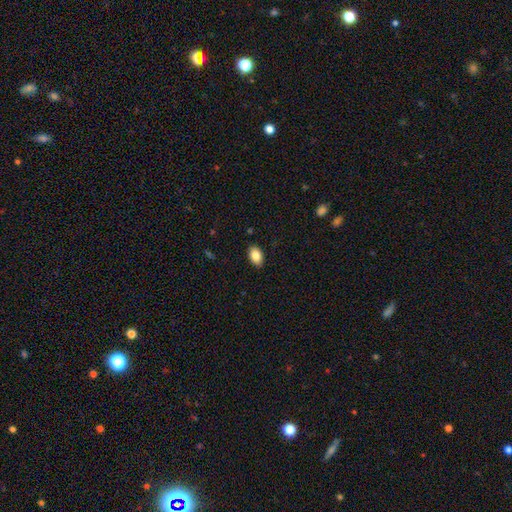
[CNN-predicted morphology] type=smooth (84%); roundness=in between (89%); merging=none (89%).